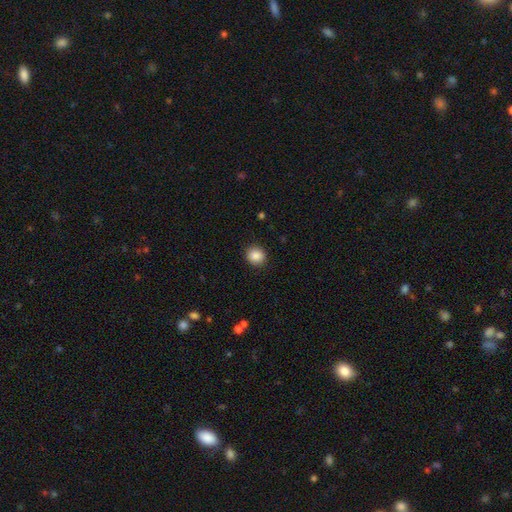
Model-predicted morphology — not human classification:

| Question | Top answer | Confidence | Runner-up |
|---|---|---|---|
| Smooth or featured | smooth | 88% | star or artifact (9%) |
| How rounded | round | 84% | in between (16%) |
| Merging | none | 90% | minor disturbance (7%) |